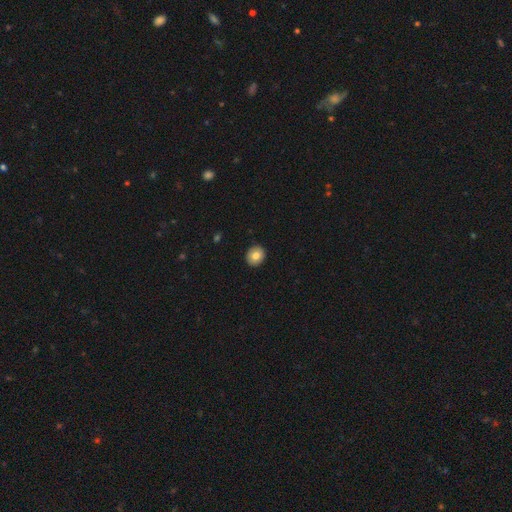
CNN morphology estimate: Smooth or featured: smooth — 80% (featured or disk — 12%)
How rounded: round — 78% (in between — 21%)
Merging: none — 92% (minor disturbance — 6%)